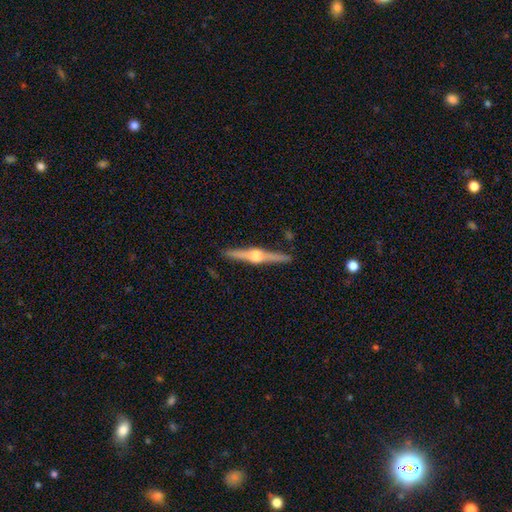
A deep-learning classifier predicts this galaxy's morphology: The model was most divided on "smooth or featured": featured or disk: 86%, smooth: 9%, star or artifact: 5%. More confident: edge-on disk — yes (99%); edge-on bulge — rounded (94%); merging — none (91%).